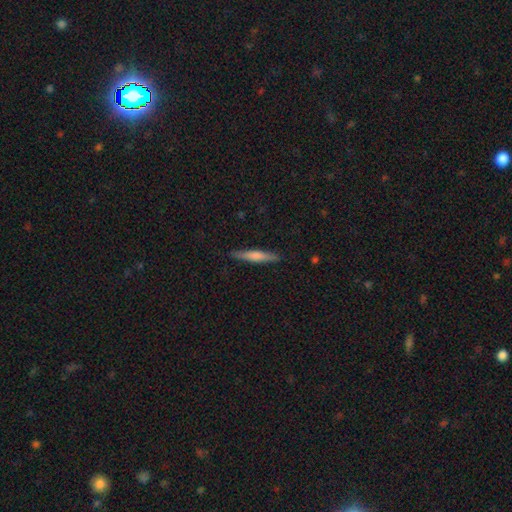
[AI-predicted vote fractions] This appears to be a featured or disk galaxy (51%) viewed edge-on (96%). Merging: none (91%).